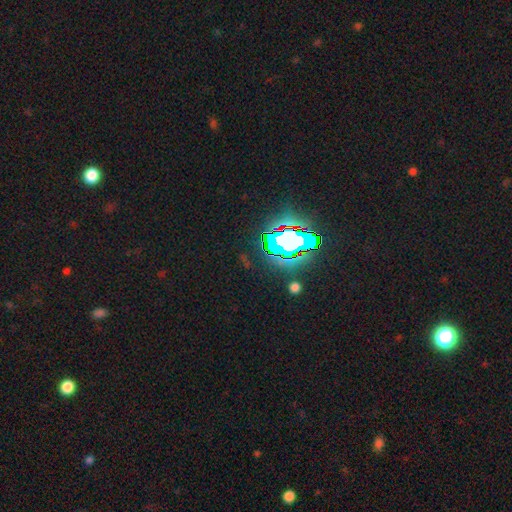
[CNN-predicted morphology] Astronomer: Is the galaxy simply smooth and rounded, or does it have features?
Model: star or artifact — 82%.